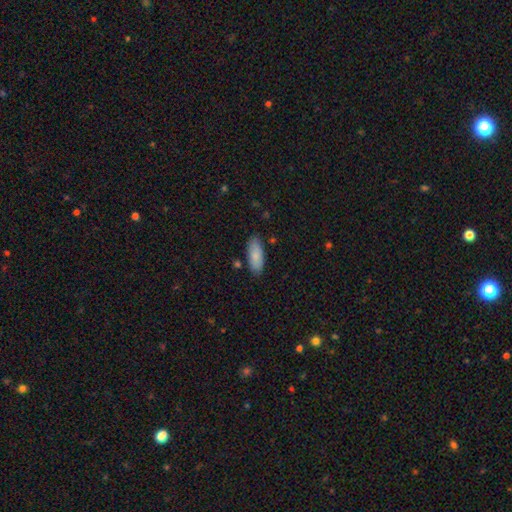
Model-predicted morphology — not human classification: Q: Smooth or featured?
A: smooth (84%); runner-up: featured or disk (10%)
Q: How rounded?
A: in between (80%); runner-up: cigar-shaped (18%)
Q: Merging?
A: none (83%); runner-up: minor disturbance (12%)